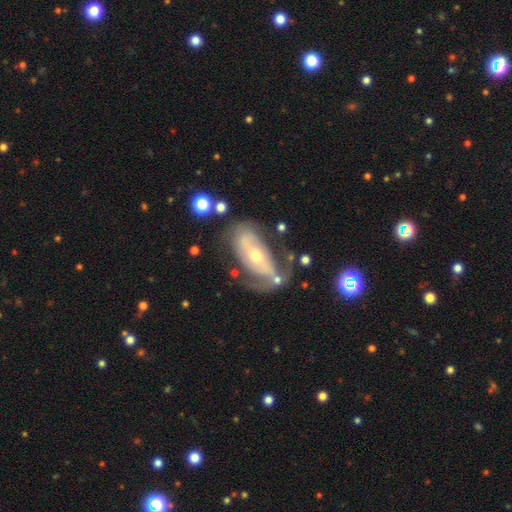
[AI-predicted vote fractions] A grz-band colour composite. It shows a featured or disk galaxy (74%) with no bar (55%), spiral arms (74%) and a moderate central bulge (50%). Merging: none (46%).